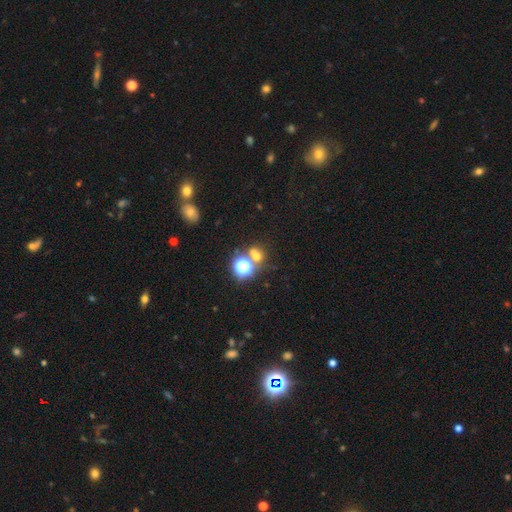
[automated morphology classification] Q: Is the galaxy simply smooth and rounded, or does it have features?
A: smooth — 52%.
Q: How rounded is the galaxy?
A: round — 74%.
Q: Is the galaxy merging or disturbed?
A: none — 56%.